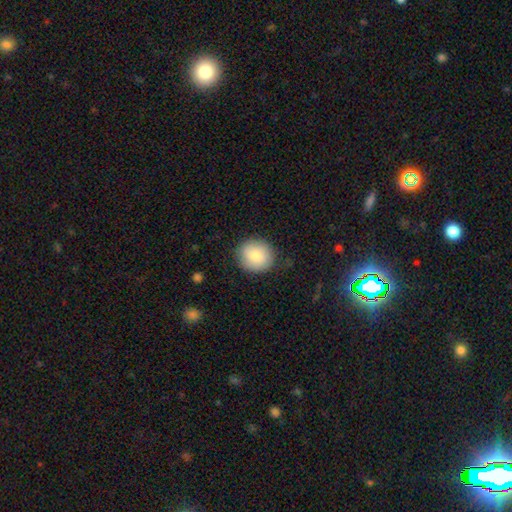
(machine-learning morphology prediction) smooth_or_featured: smooth (p=0.83) [alt: featured or disk p=0.10]
how_rounded: round (p=0.84) [alt: in between p=0.15]
merging: none (p=0.85) [alt: minor disturbance p=0.11]